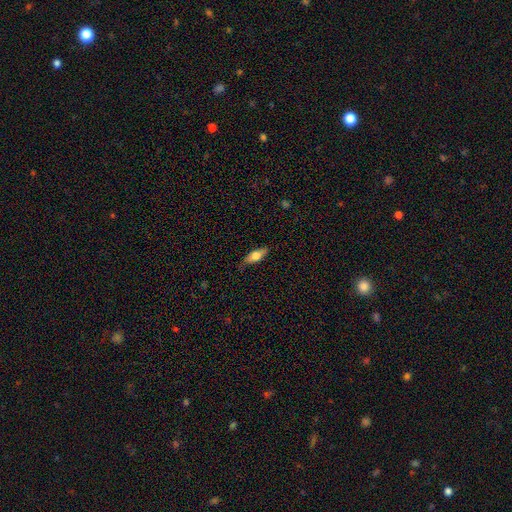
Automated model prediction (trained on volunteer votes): This appears to be a smooth galaxy with no disk features (63%) that is in between round and cigar-shaped (65%). Merging: none (79%).